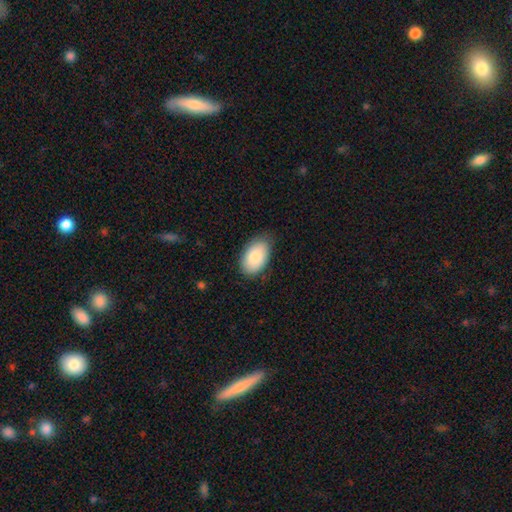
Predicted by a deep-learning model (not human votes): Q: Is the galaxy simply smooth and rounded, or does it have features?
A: smooth — 85%.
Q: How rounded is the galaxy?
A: in between — 94%.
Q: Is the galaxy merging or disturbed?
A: none — 75%.